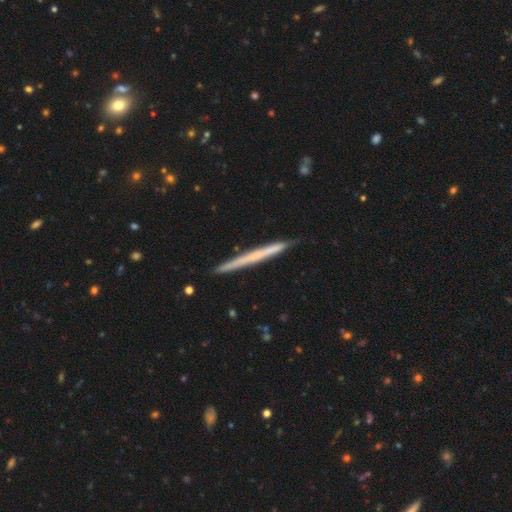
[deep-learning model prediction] smooth-or-featured: featured or disk: 50% | smooth: 45% | star or artifact: 5%
  merging: none: 90% | minor disturbance: 8% | merger: 1% | major disturbance: 1%